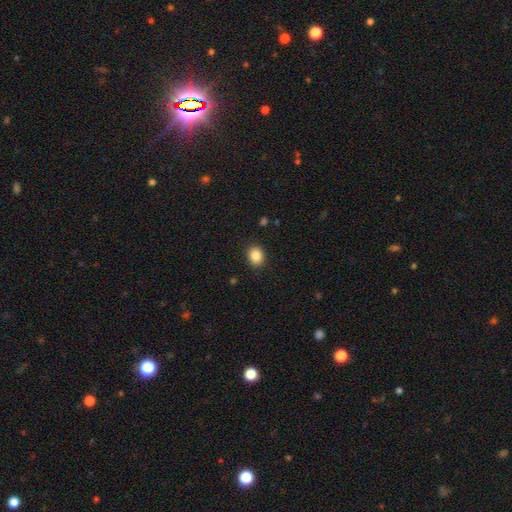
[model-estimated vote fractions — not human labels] smooth_or_featured: smooth (p=0.86) [alt: star or artifact p=0.09]
how_rounded: round (p=0.56) [alt: in between p=0.43]
merging: none (p=0.90) [alt: minor disturbance p=0.07]